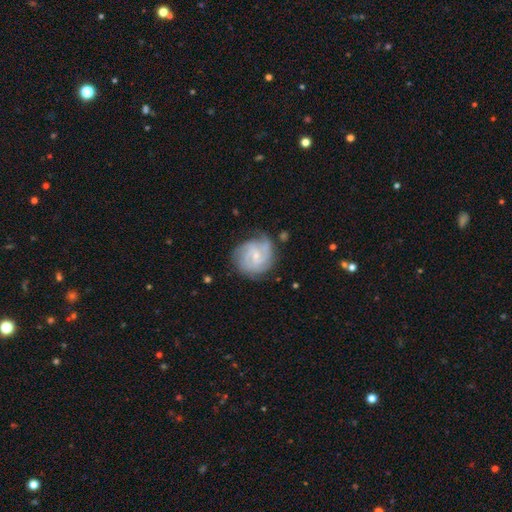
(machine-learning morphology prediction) A featured or disk galaxy (81%) with no bar (50%), 3 (33%) tight (59%) spiral arms (96%) and a small central bulge (72%).

Vote fractions:
- Smooth or featured? featured or disk: 81% / smooth: 13% / star or artifact: 6%
- Edge-on disk? no: 98% / yes: 2%
- Bar? no: 50% / weak: 44% / strong: 7%
- Spiral arms? yes: 96% / no: 4%
- Spiral winding? tight: 59% / medium: 34% / loose: 7%
- Spiral arm count? 3: 33% / can't tell: 24% / 2: 19% / 4: 14% / more than 4: 5% / 1: 5%
- Bulge size? small: 72% / moderate: 22% / none: 4% / large: 1% / dominant: 1%
- Merging? none: 71% / minor disturbance: 20% / major disturbance: 7% / merger: 2%